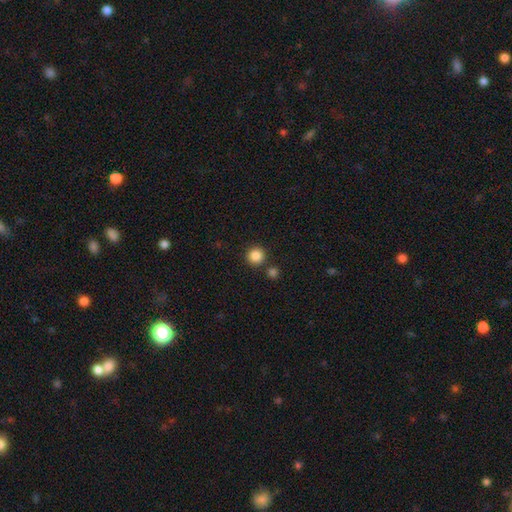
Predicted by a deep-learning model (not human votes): This appears to be a smooth galaxy with no disk features (86%) that is round (95%). Merging: none (85%).